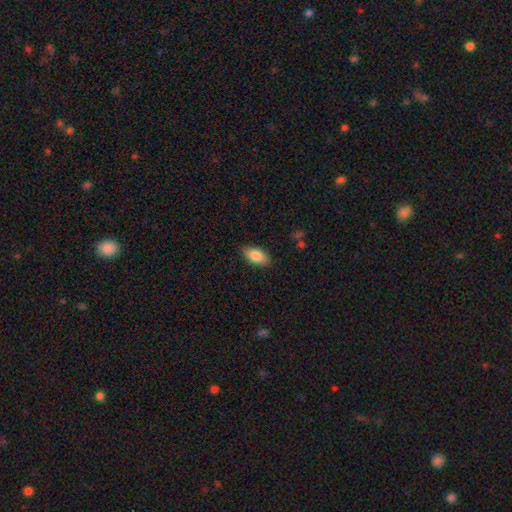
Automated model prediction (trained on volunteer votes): smooth_or_featured: smooth (p=0.84) [alt: featured or disk p=0.10]
how_rounded: in between (p=0.91) [alt: cigar-shaped p=0.05]
merging: none (p=0.86) [alt: minor disturbance p=0.11]